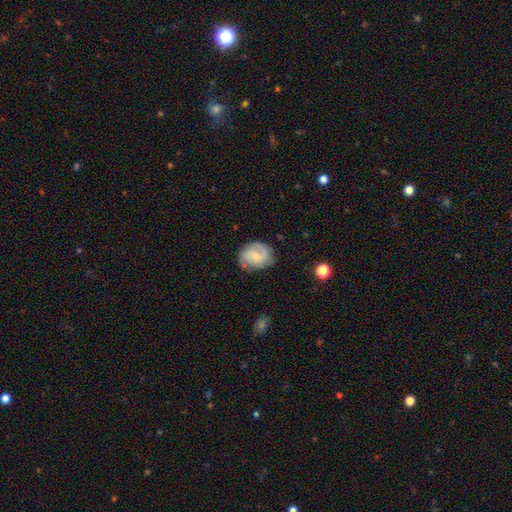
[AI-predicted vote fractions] This is likely a featured or disk galaxy (62%). It is clearly not viewed edge-on (97%). Bar: possibly no (52%). Spiral arm pattern: clearly yes (88%). Spiral arm count: likely 2 (62%). Spiral winding: marginally medium (45%). Central bulge: likely small (62%). Merging: likely none (71%).